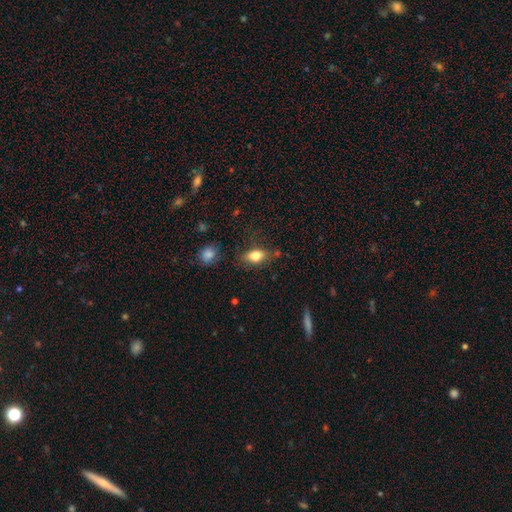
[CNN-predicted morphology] smooth-or-featured: smooth: 80% | featured or disk: 11% | star or artifact: 9%
  how-rounded: in between: 83% | round: 10% | cigar-shaped: 7%
  merging: none: 73% | minor disturbance: 19% | major disturbance: 5% | merger: 4%